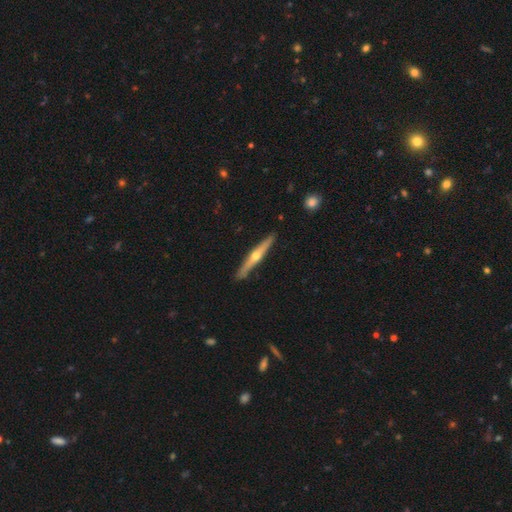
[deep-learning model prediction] Smooth or featured? Predicted: featured or disk (p=0.71). Edge-on disk? Predicted: yes (p=0.97). Edge-on bulge? Predicted: rounded (p=0.91). Merging? Predicted: none (p=0.91).